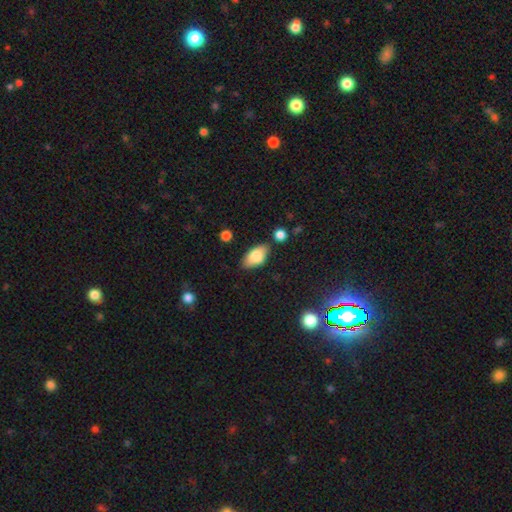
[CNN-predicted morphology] Smooth or featured? Predicted: smooth (p=0.82). How rounded? Predicted: in between (p=0.92). Merging? Predicted: none (p=0.77).